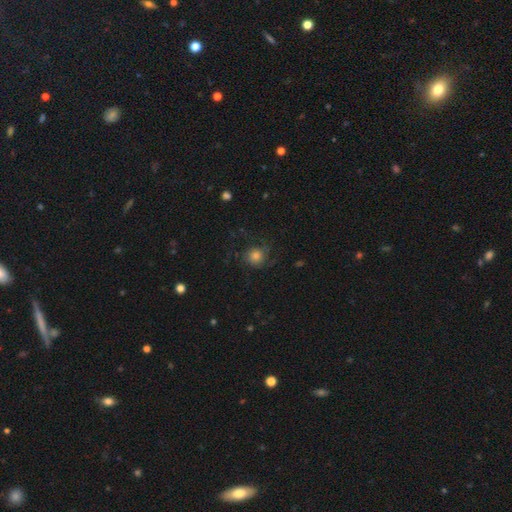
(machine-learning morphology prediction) Smooth or featured? smooth (54%)
How rounded? round (85%)
Merging? none (66%)